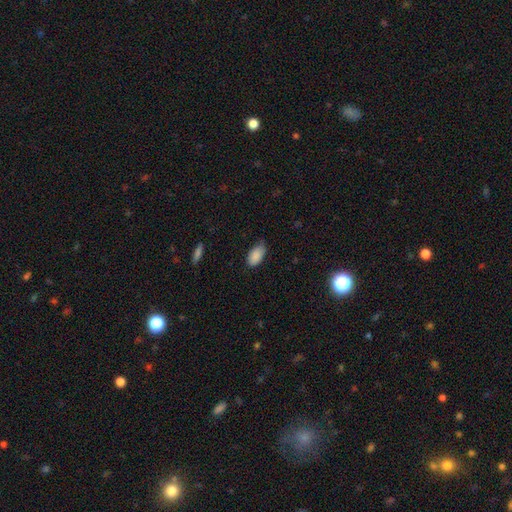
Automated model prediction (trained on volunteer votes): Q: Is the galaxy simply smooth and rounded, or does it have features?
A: smooth — 89%.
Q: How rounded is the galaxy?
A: in between — 94%.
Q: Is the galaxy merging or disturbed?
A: none — 66%.